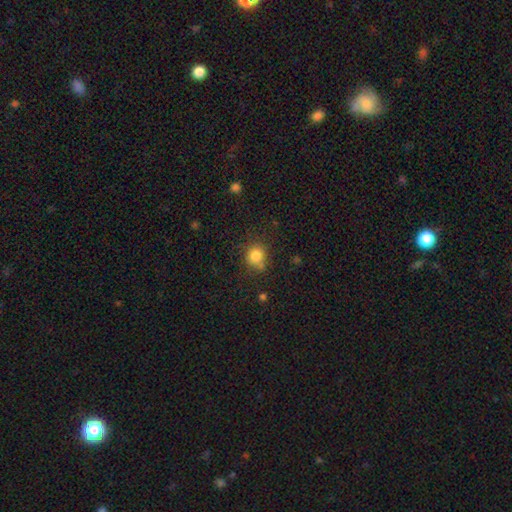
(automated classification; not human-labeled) Q: Smooth or featured?
A: smooth (82%); runner-up: star or artifact (12%)
Q: How rounded?
A: round (83%); runner-up: in between (16%)
Q: Merging?
A: none (71%); runner-up: minor disturbance (18%)